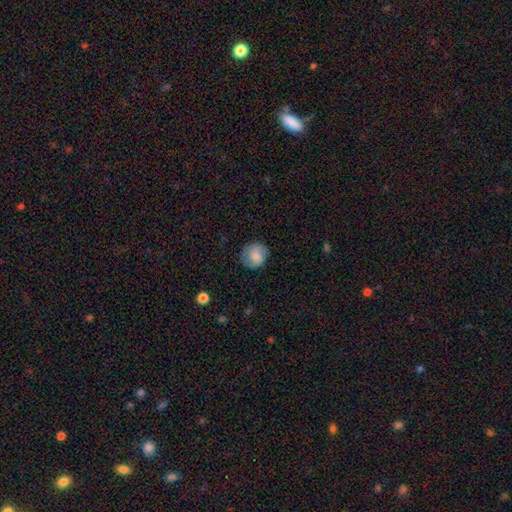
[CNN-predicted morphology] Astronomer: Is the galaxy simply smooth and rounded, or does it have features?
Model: smooth — 76%.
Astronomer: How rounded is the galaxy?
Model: round — 89%.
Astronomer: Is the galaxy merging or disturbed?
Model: none — 77%.